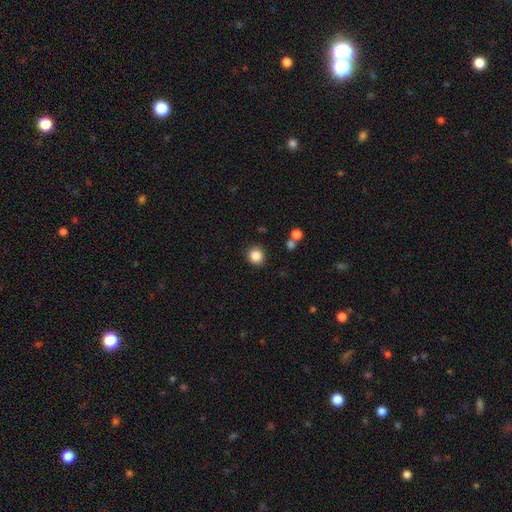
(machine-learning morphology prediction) Smooth or featured? Predicted: smooth (p=0.86). How rounded? Predicted: round (p=0.90). Merging? Predicted: none (p=0.89).